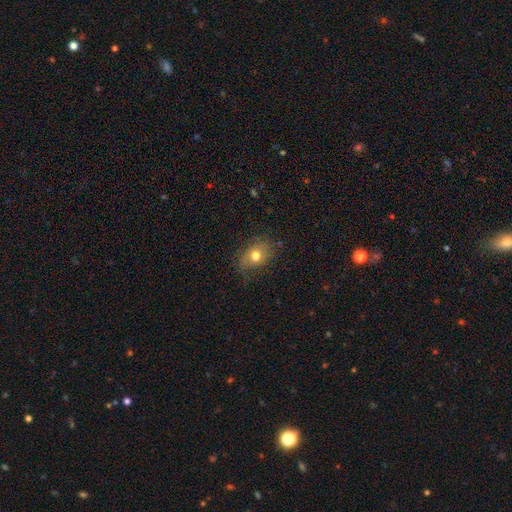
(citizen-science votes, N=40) smooth-or-featured: smooth: 68% | featured or disk: 22% | star or artifact: 10%
  how-rounded: in between: 81% | round: 19% | cigar-shaped: 0%
  merging: none: 86% | minor disturbance: 11% | major disturbance: 3% | merger: 0%